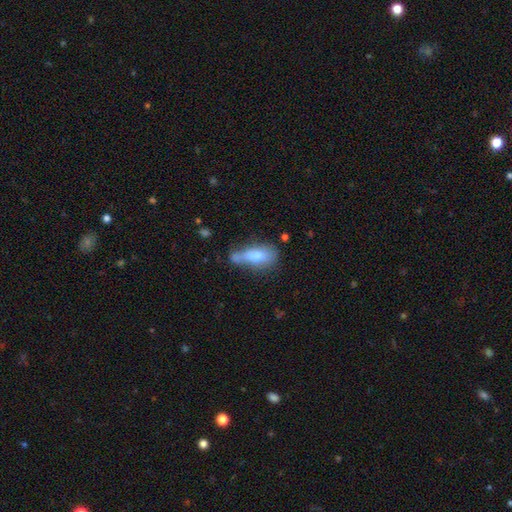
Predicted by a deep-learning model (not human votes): Smooth or featured?
  - smooth: 72% *
  - featured or disk: 20%
  - star or artifact: 8%
How rounded?
  - in between: 75% *
  - cigar-shaped: 21%
  - round: 4%
Merging?
  - none: 32% *
  - minor disturbance: 28%
  - merger: 22%
  - major disturbance: 18%